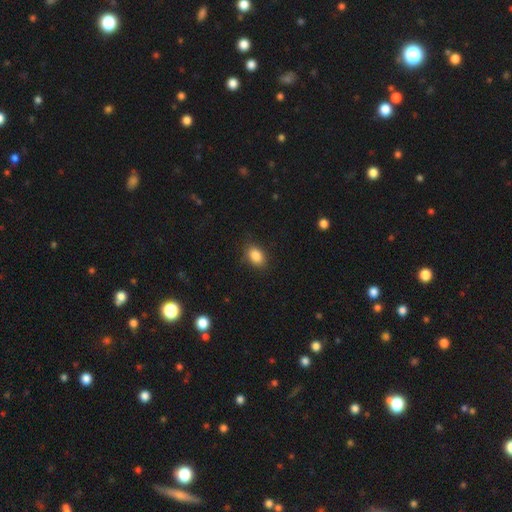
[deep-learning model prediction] This is clearly a smooth galaxy (86%). How rounded: clearly in between (81%). Merging: clearly none (83%).